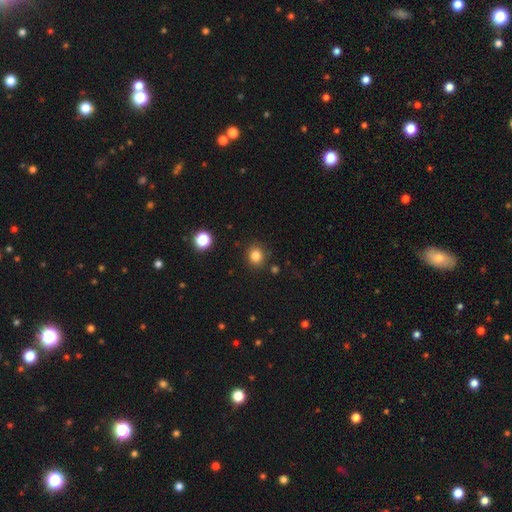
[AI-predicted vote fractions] Smooth or featured? smooth (82%)
How rounded? round (80%)
Merging? none (87%)